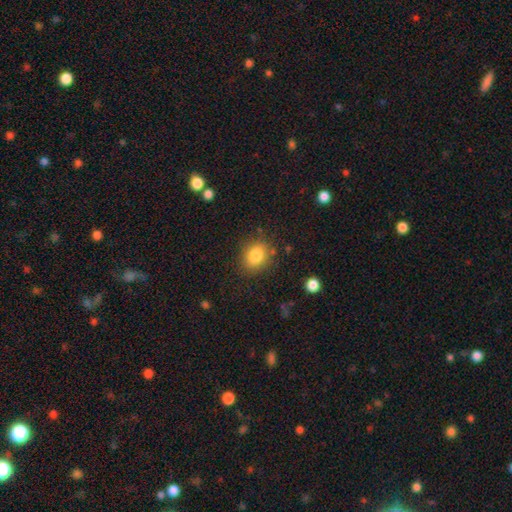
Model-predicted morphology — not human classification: Overall: smooth (83%). How rounded: in between (51%; round 48%). Merging: none (82%).